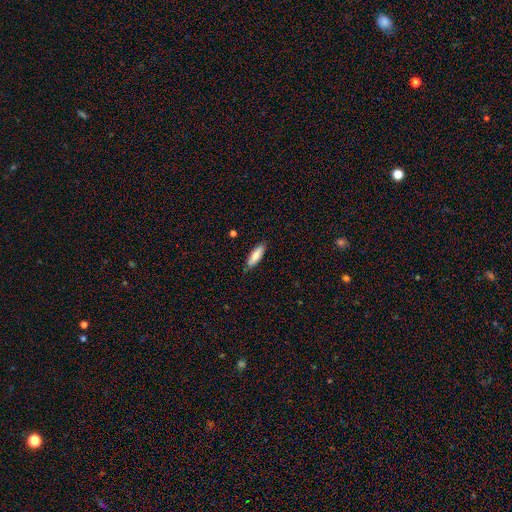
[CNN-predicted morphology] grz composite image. It shows a smooth galaxy with no disk features (79%) that is in between round and cigar-shaped (54%). Merging: none (83%).